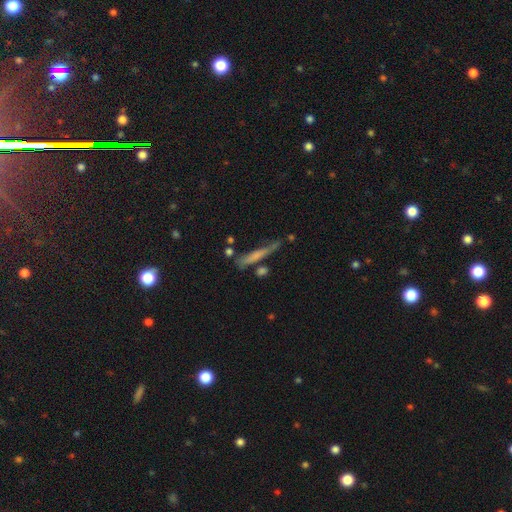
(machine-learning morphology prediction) Overall: smooth (57%; featured or disk 35%). How rounded: cigar-shaped (92%). Merging: none (65%).